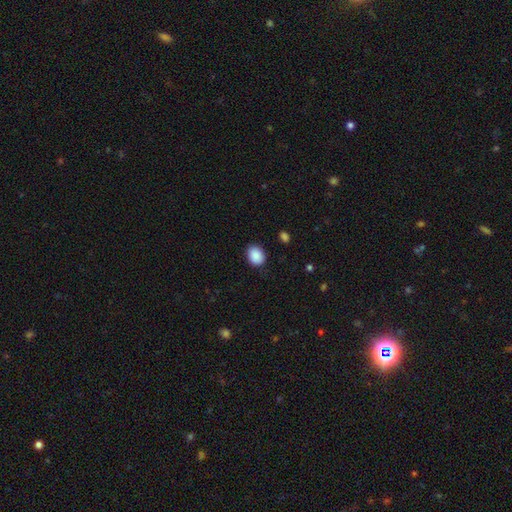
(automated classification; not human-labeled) Smooth or featured?
  - smooth: 89% *
  - star or artifact: 7%
  - featured or disk: 3%
How rounded?
  - in between: 60% *
  - round: 39%
  - cigar-shaped: 1%
Merging?
  - none: 86% *
  - minor disturbance: 11%
  - major disturbance: 2%
  - merger: 1%